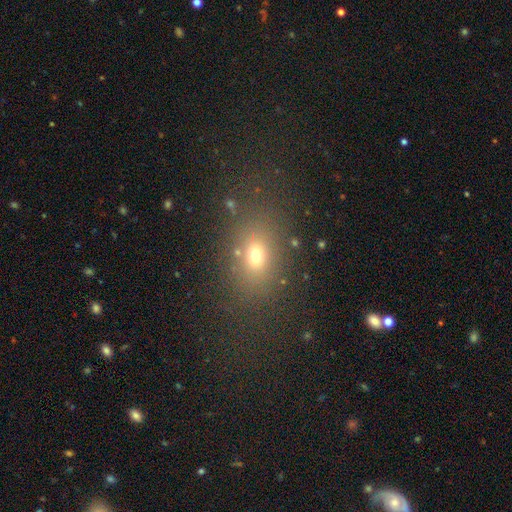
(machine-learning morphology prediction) This appears to be a smooth galaxy with no disk features (66%) that is in between round and cigar-shaped (69%). Merging: none (77%).